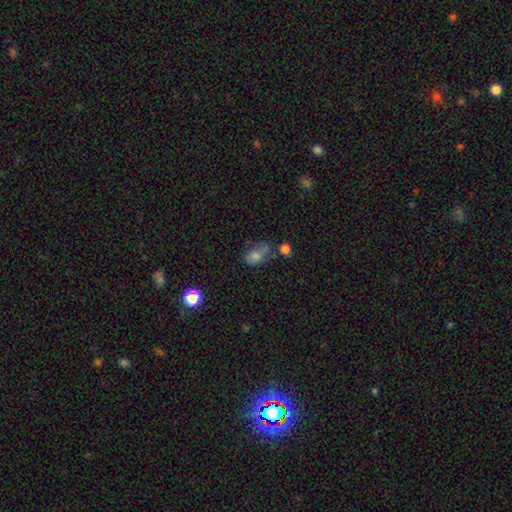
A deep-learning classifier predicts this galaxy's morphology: The model was most divided on "merging": none: 41%, minor disturbance: 28%, major disturbance: 19%, merger: 12%. More confident: how rounded — in between (75%); smooth or featured — smooth (59%).